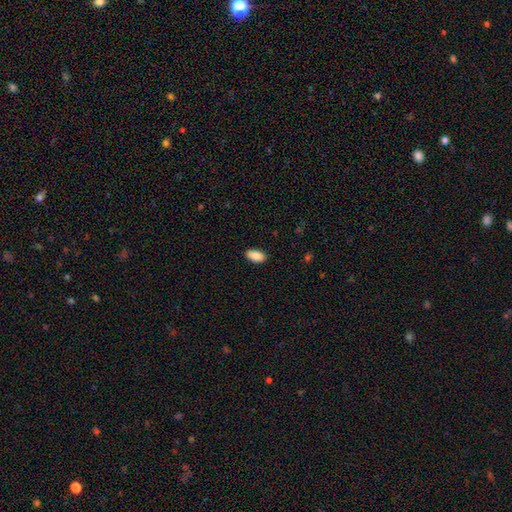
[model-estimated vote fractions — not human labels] Smooth or featured: smooth — 89% (star or artifact — 7%)
How rounded: in between — 94% (cigar-shaped — 3%)
Merging: none — 87% (minor disturbance — 10%)